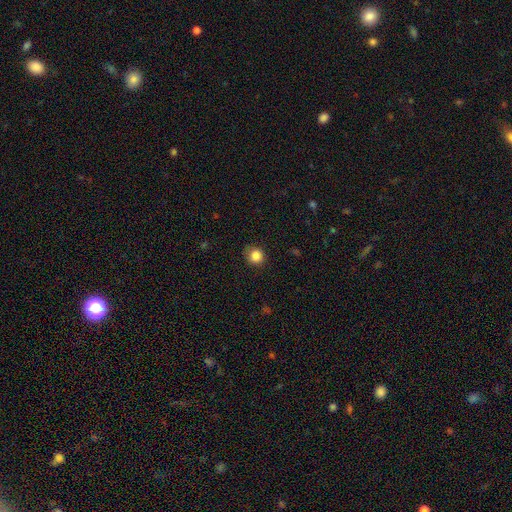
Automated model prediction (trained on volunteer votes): Smooth or featured? smooth (86%)
How rounded? round (88%)
Merging? none (83%)